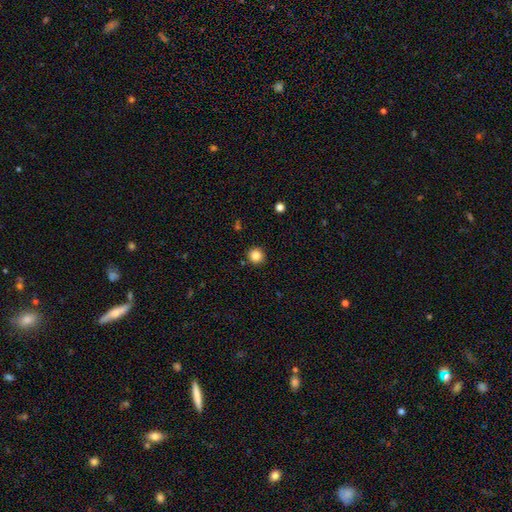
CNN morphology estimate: smooth_or_featured: smooth (p=0.84) [alt: star or artifact p=0.11]
how_rounded: round (p=0.93) [alt: in between p=0.06]
merging: none (p=0.90) [alt: minor disturbance p=0.07]